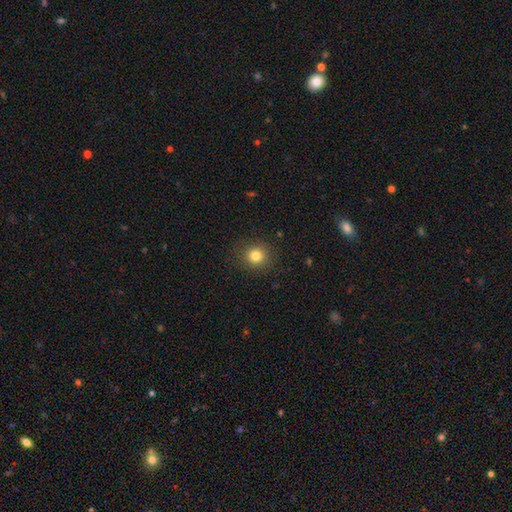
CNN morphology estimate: smooth_or_featured: smooth (p=0.81) [alt: star or artifact p=0.13]
how_rounded: round (p=0.89) [alt: in between p=0.10]
merging: none (p=0.89) [alt: minor disturbance p=0.07]